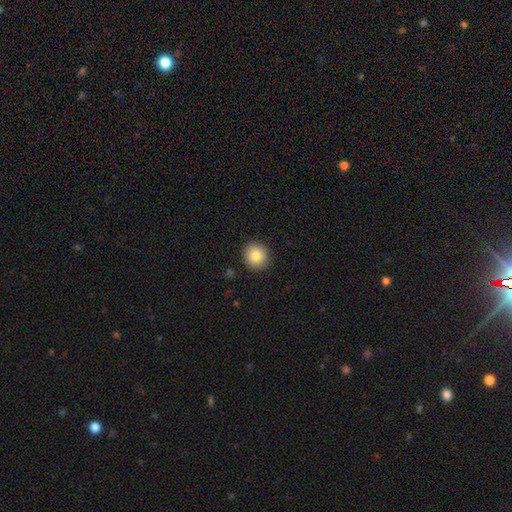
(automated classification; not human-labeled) smooth_or_featured: smooth (p=0.83) [alt: star or artifact p=0.09]
how_rounded: round (p=0.89) [alt: in between p=0.10]
merging: none (p=0.91) [alt: minor disturbance p=0.06]